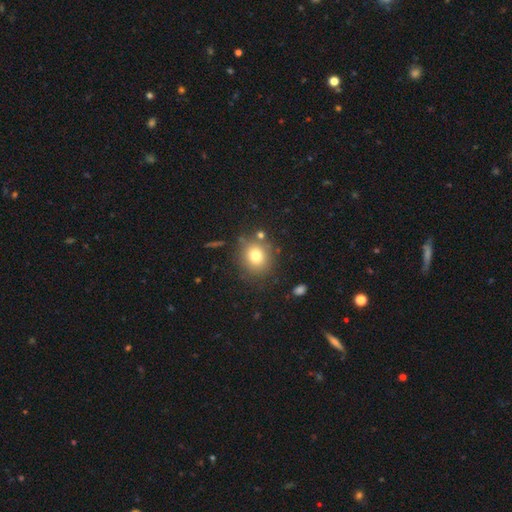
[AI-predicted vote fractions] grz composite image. It shows a smooth galaxy with no disk features (76%) that is round (81%). Merging: none (80%).